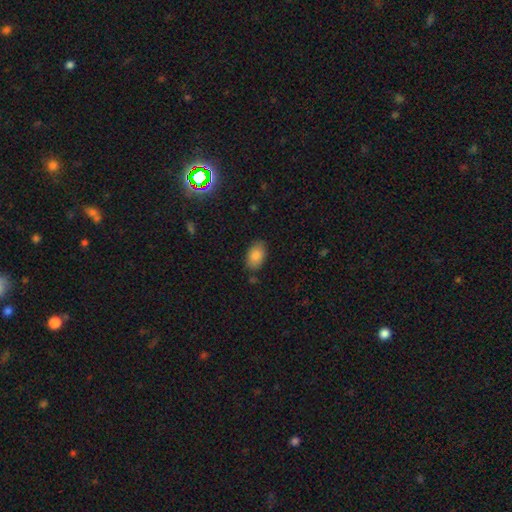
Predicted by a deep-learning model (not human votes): This is clearly a smooth galaxy (86%). How rounded: clearly in between (90%). Merging: clearly none (81%).